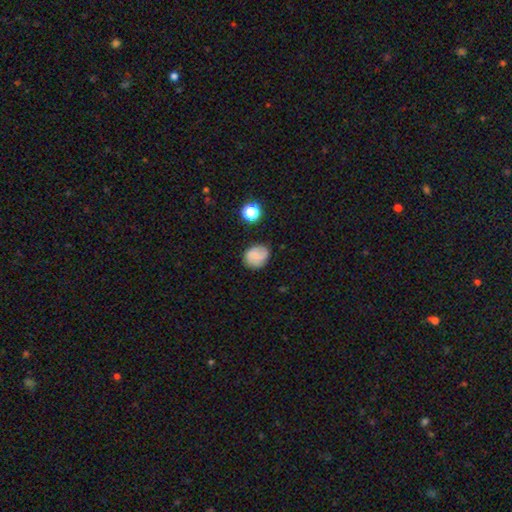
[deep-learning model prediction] A smooth galaxy with no disk features (61%) that is round (63%).

Vote fractions:
- Smooth or featured? smooth: 61% / featured or disk: 28% / star or artifact: 12%
- How rounded? round: 63% / in between: 36% / cigar-shaped: 1%
- Merging? none: 74% / minor disturbance: 18% / major disturbance: 6% / merger: 2%